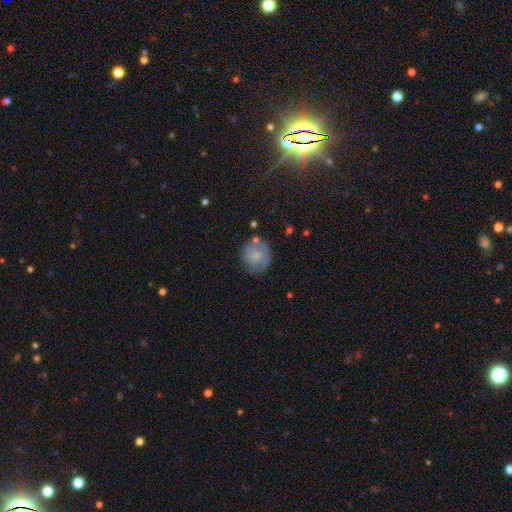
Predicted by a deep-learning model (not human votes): A smooth galaxy with no disk features (67%) that is round (82%). Merging: none (64%).